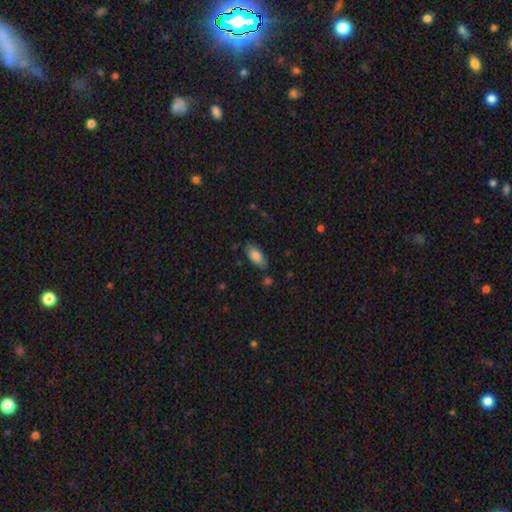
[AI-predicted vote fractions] A smooth galaxy with no disk features (83%) that is in between round and cigar-shaped (89%).

Vote fractions:
- Smooth or featured? smooth: 83% / featured or disk: 10% / star or artifact: 7%
- How rounded? in between: 89% / cigar-shaped: 9% / round: 2%
- Merging? none: 74% / minor disturbance: 18% / major disturbance: 4% / merger: 3%